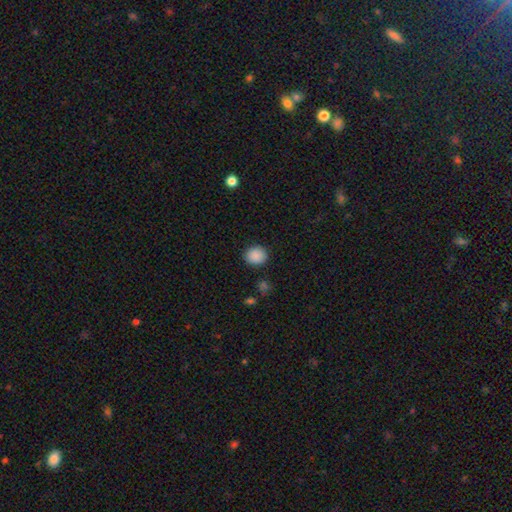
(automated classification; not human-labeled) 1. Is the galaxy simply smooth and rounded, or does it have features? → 89% smooth, 8% star or artifact, 3% featured or disk.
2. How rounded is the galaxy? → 75% round, 24% in between, 1% cigar-shaped.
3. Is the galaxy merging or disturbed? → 89% none, 7% minor disturbance, 2% major disturbance, 2% merger.